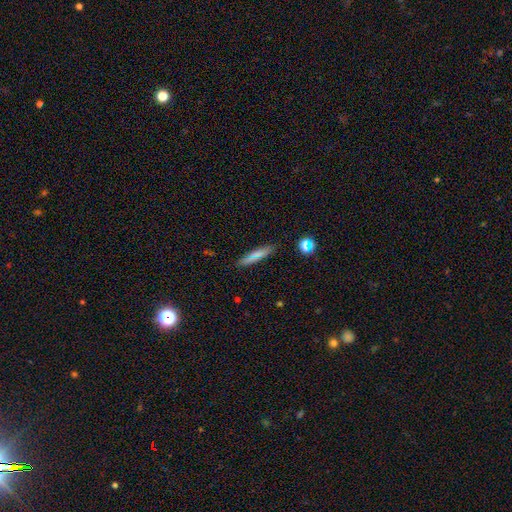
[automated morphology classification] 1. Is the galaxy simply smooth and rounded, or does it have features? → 71% smooth, 18% featured or disk, 11% star or artifact.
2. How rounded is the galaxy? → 81% cigar-shaped, 17% in between, 2% round.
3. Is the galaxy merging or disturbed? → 87% none, 9% minor disturbance, 2% major disturbance, 2% merger.